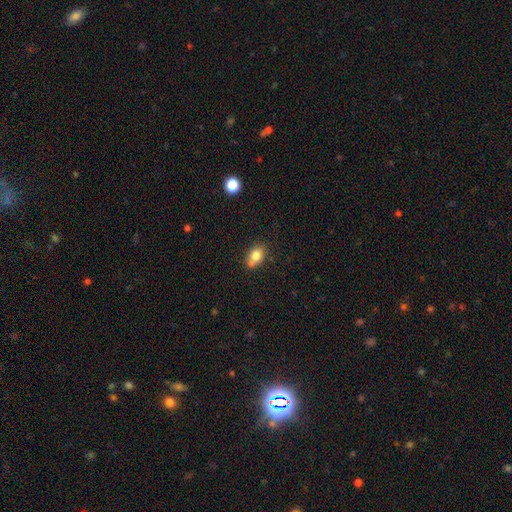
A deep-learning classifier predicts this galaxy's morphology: Smooth or featured? smooth (79%)
How rounded? in between (66%)
Merging? none (58%)